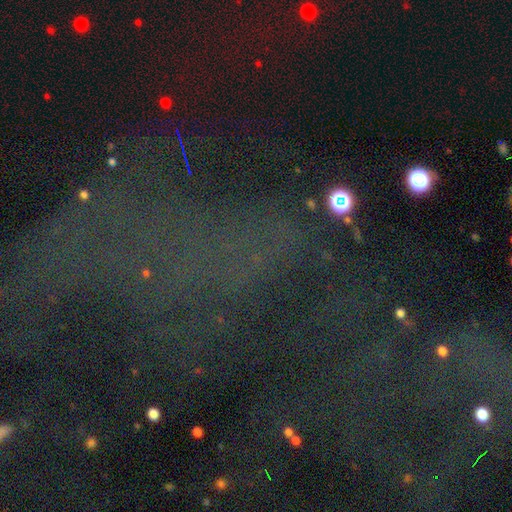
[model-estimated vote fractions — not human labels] This appears to be a star or artifact, not a galaxy (73%).